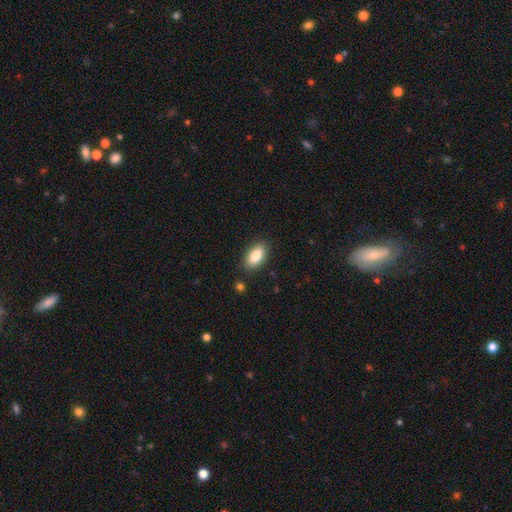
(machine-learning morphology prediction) Smooth or featured?
  - smooth: 83% *
  - featured or disk: 10%
  - star or artifact: 7%
How rounded?
  - in between: 90% *
  - cigar-shaped: 6%
  - round: 4%
Merging?
  - none: 86% *
  - minor disturbance: 10%
  - major disturbance: 2%
  - merger: 2%